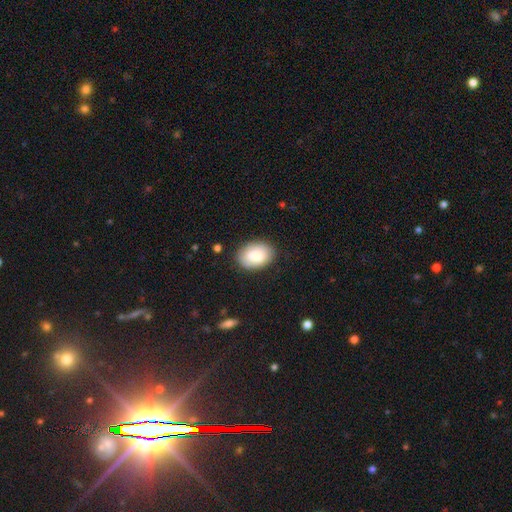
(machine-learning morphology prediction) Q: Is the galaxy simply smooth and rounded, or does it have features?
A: smooth — 86%.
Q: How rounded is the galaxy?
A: in between — 84%.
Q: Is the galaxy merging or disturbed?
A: none — 83%.